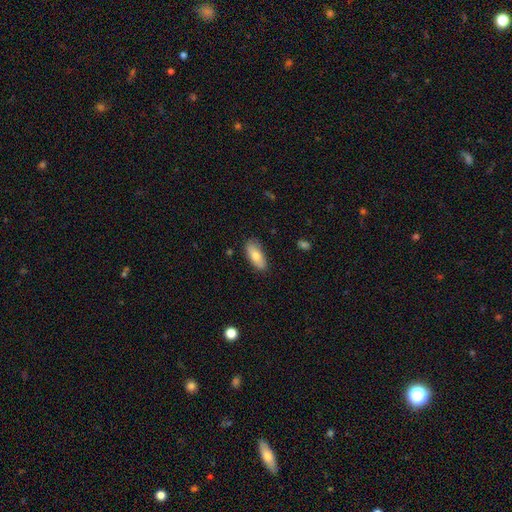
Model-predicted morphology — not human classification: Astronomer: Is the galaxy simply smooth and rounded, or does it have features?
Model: smooth — 74%.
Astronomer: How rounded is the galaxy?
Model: in between — 85%.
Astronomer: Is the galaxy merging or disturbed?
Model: none — 82%.